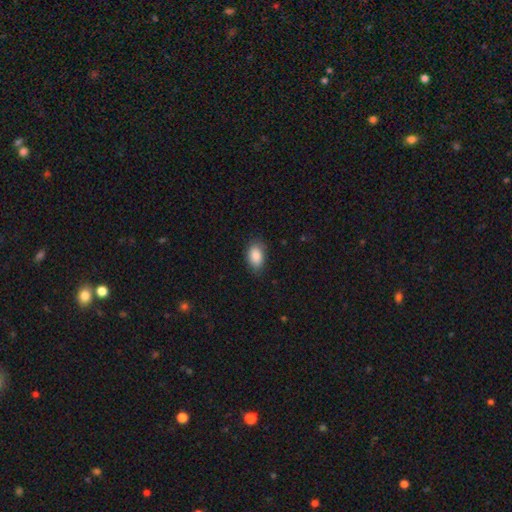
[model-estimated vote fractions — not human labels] A smooth galaxy with no disk features (88%) that is in between round and cigar-shaped (91%). Merging: none (80%).